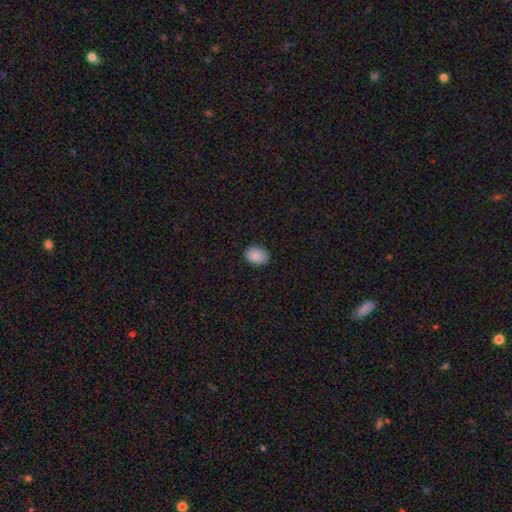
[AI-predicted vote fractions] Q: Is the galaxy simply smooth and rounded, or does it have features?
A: smooth — 89%.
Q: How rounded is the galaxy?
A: in between — 80%.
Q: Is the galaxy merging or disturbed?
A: none — 83%.